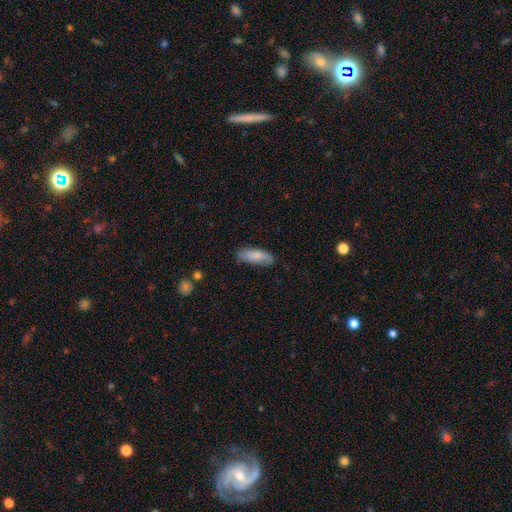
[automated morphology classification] A smooth galaxy with no disk features (81%) that is in between round and cigar-shaped (63%). Merging: none (76%).